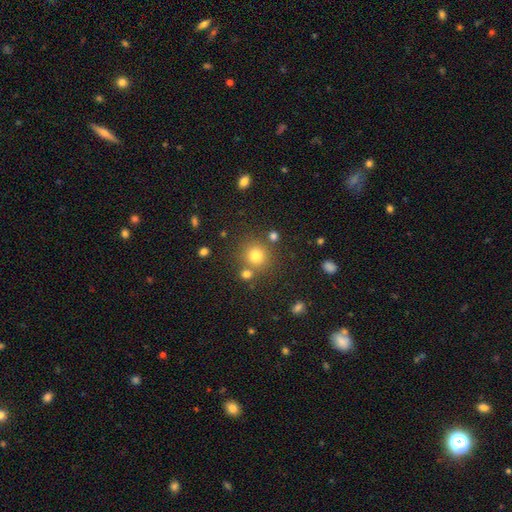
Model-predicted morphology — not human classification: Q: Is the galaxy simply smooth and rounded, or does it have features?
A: smooth — 77%.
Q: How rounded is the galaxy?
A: round — 90%.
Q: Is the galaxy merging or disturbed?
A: none — 76%.